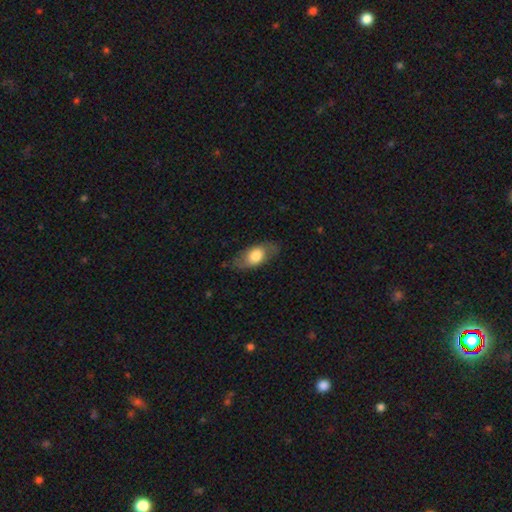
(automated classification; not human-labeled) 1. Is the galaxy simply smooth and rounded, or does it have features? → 65% smooth, 30% featured or disk, 6% star or artifact.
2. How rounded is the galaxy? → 83% in between, 9% cigar-shaped, 7% round.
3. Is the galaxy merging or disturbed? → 75% none, 18% minor disturbance, 6% major disturbance, 1% merger.